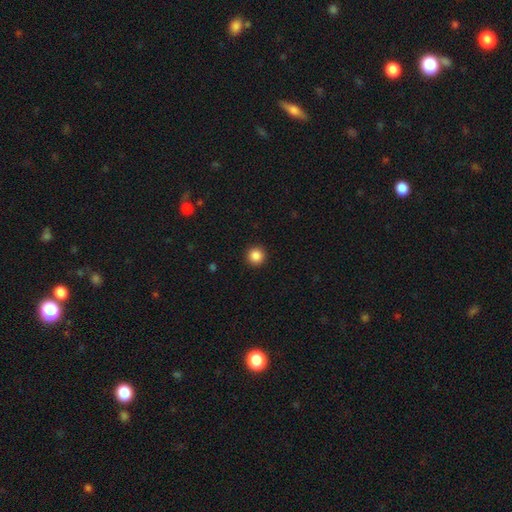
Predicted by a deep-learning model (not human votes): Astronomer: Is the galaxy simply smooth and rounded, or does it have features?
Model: smooth — 87%.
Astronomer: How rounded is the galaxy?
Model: round — 96%.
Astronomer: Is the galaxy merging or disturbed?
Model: none — 93%.